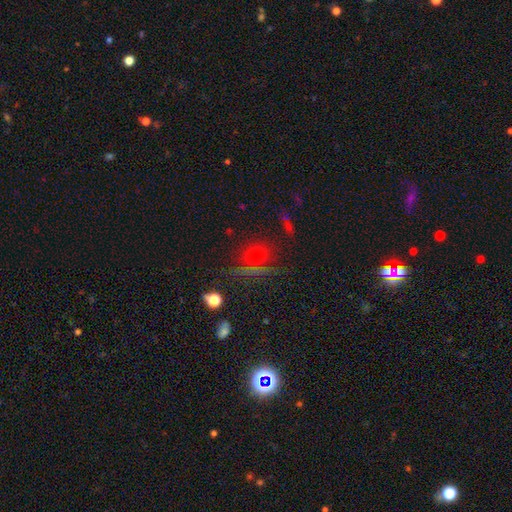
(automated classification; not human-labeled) A smooth galaxy with no disk features (58%) that is round (79%). Merging: none (74%).